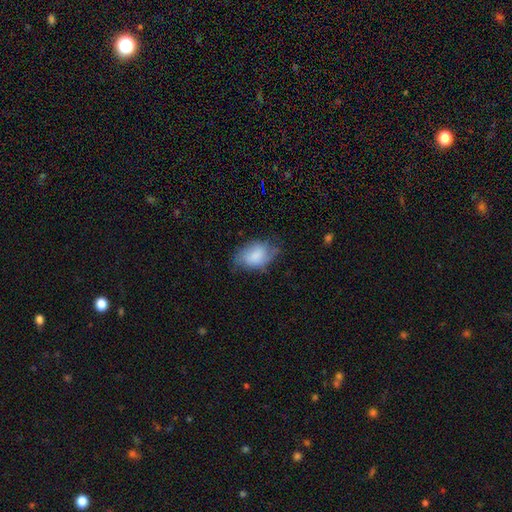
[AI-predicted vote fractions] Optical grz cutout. It shows a smooth galaxy with no disk features (71%) that is in between round and cigar-shaped (88%). Merging: none (54%).